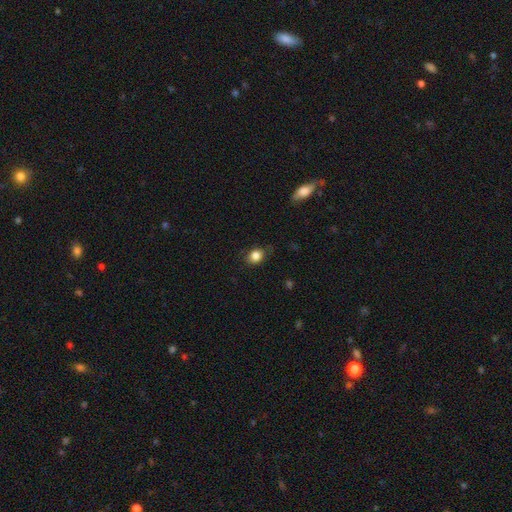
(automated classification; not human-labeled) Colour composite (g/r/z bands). It shows a smooth galaxy with no disk features (84%) that is round (55%). Merging: none (78%).